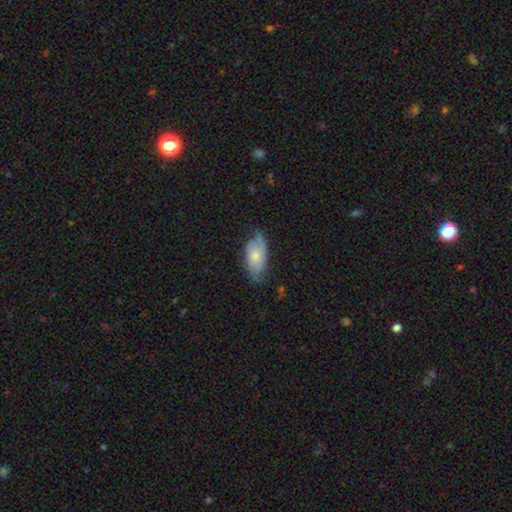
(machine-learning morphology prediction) Smooth or featured? featured or disk (63%)
Edge-on disk? no (92%)
Bar? no (72%)
Spiral arms? yes (88%)
Spiral winding? medium (42%)
Spiral arm count? 2 (69%)
Bulge size? moderate (44%)
Merging? none (64%)